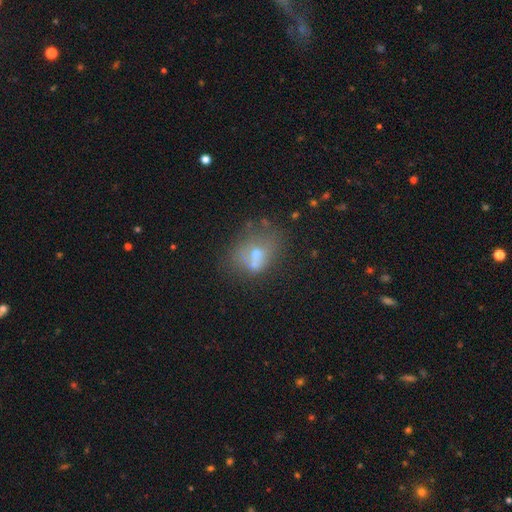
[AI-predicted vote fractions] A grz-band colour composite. It shows a smooth galaxy with no disk features (49%). Merging: merger (36%).